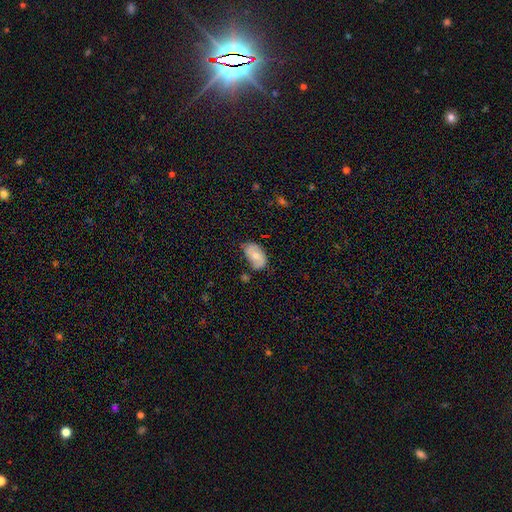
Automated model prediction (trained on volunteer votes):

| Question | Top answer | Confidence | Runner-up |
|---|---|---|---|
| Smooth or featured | smooth | 58% | featured or disk (35%) |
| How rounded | in between | 91% | round (7%) |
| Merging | none | 58% | minor disturbance (31%) |